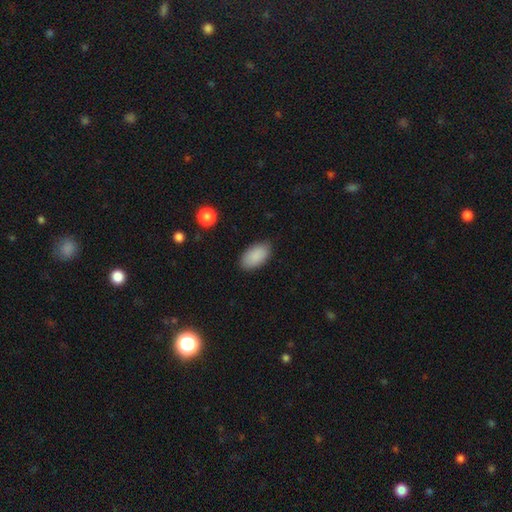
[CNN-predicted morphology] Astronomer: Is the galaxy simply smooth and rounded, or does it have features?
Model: smooth — 90%.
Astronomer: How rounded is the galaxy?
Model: in between — 95%.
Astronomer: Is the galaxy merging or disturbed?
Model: none — 86%.